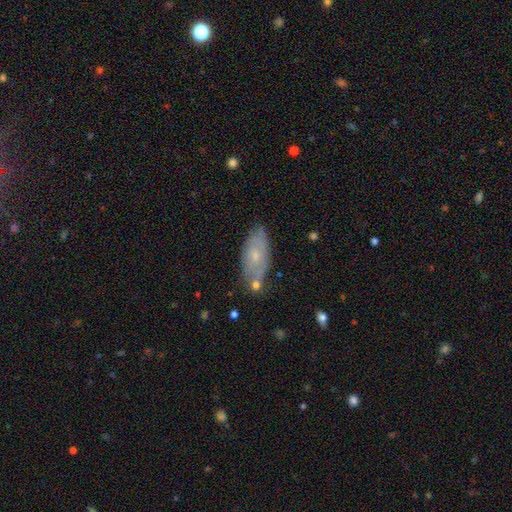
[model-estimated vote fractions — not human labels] Overall: smooth (50%; featured or disk 42%). Merging: none (66%).